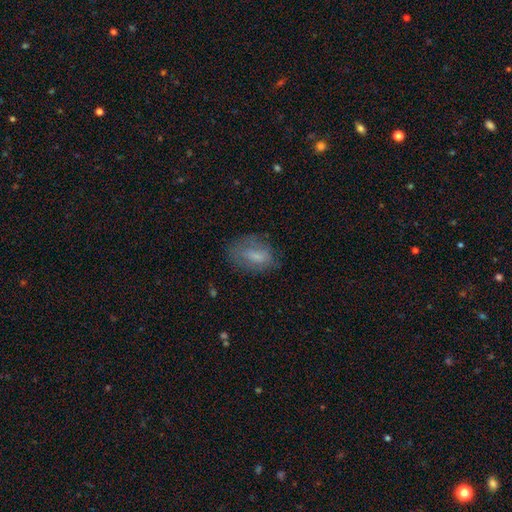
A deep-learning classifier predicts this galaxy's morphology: A smooth galaxy with no disk features (65%) that is in between round and cigar-shaped (82%). Merging: none (62%).